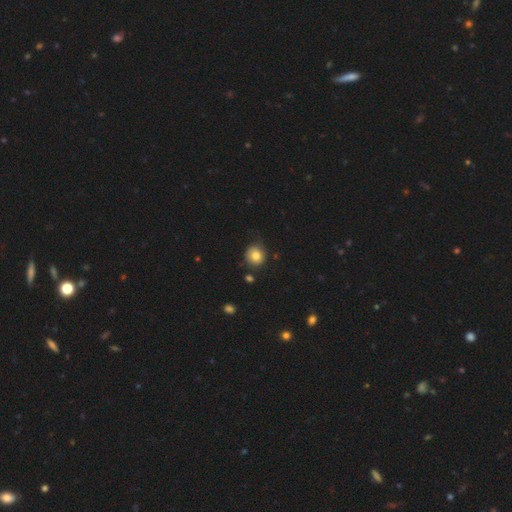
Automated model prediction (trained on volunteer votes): smooth 79%, featured or disk 12%, star or artifact 9%. Down the decision tree: how rounded — round (86%); merging — none (68%).